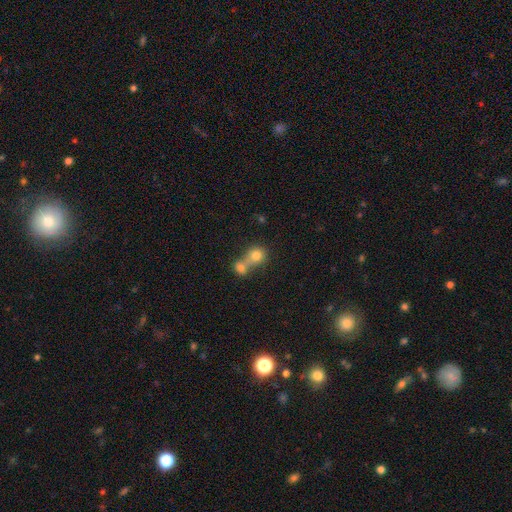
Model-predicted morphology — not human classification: smooth_or_featured: smooth (p=0.77) [alt: featured or disk p=0.13]
how_rounded: round (p=0.75) [alt: in between p=0.24]
merging: merger (p=0.66) [alt: none p=0.25]